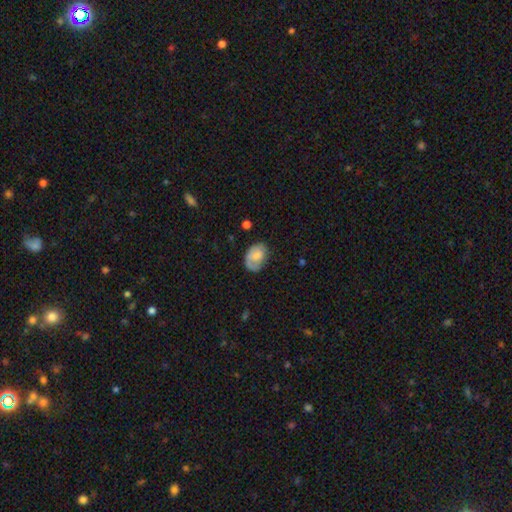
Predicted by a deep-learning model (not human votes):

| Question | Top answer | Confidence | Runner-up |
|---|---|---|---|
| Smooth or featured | smooth | 66% | featured or disk (27%) |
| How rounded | in between | 79% | round (20%) |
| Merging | none | 54% | minor disturbance (30%) |